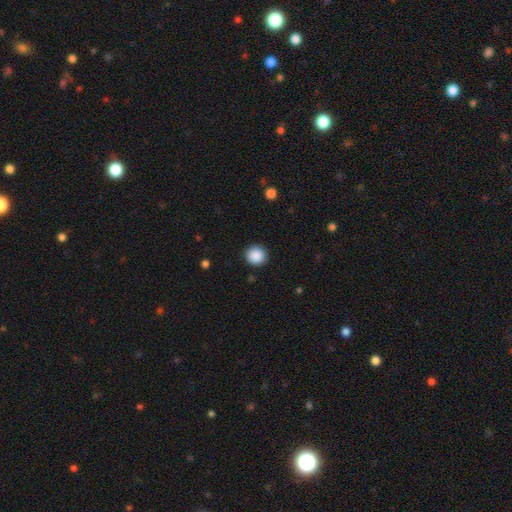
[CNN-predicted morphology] smooth 89%, star or artifact 8%, featured or disk 2%. Down the decision tree: how rounded — round (94%); merging — none (92%).